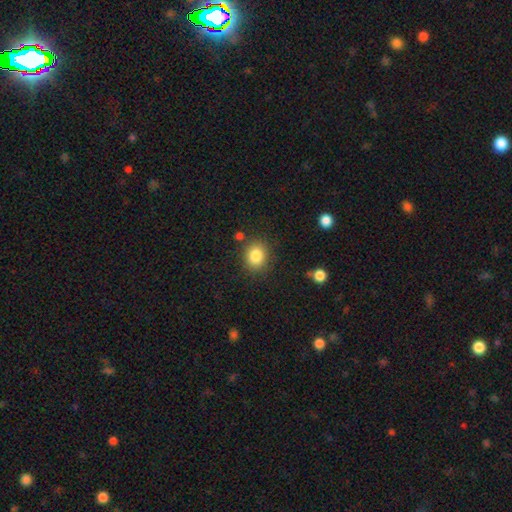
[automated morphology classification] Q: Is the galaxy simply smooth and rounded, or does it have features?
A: smooth — 84%.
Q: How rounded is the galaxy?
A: round — 67%.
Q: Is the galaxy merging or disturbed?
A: none — 84%.